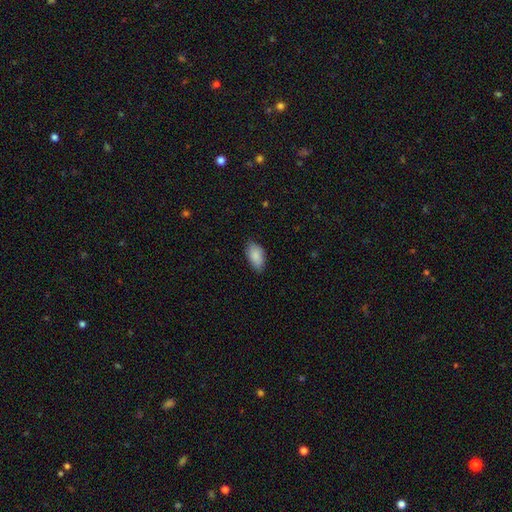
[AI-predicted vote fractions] smooth-or-featured: smooth: 87% | featured or disk: 6% | star or artifact: 6%
  how-rounded: in between: 94% | round: 4% | cigar-shaped: 3%
  merging: none: 75% | minor disturbance: 21% | major disturbance: 3% | merger: 1%